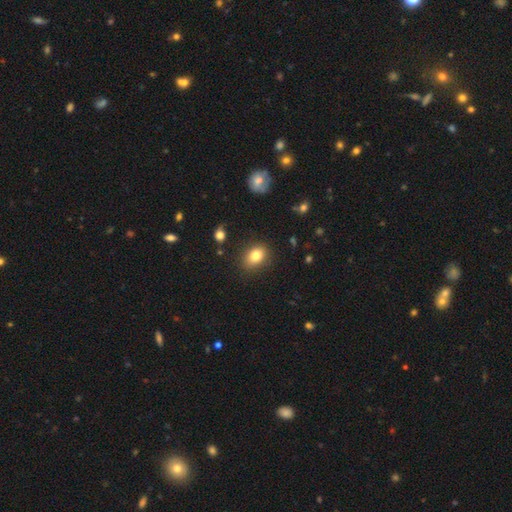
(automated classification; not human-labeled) smooth-or-featured: smooth: 81% | star or artifact: 10% | featured or disk: 8%
  how-rounded: in between: 65% | round: 34% | cigar-shaped: 1%
  merging: none: 85% | minor disturbance: 11% | major disturbance: 3% | merger: 2%